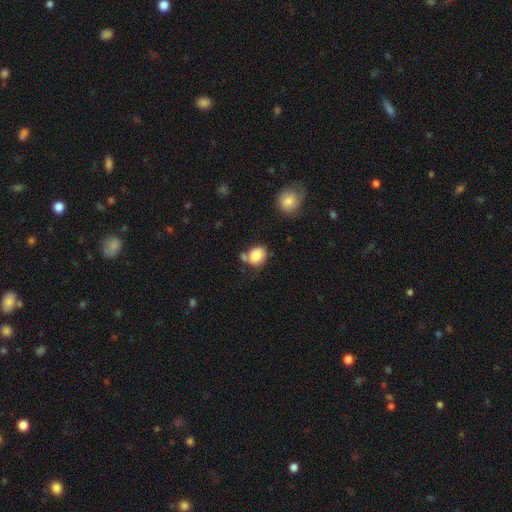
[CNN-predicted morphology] smooth-or-featured: smooth: 84% | featured or disk: 8% | star or artifact: 8%
  how-rounded: round: 53% | in between: 46% | cigar-shaped: 1%
  merging: none: 52% | merger: 23% | minor disturbance: 19% | major disturbance: 6%